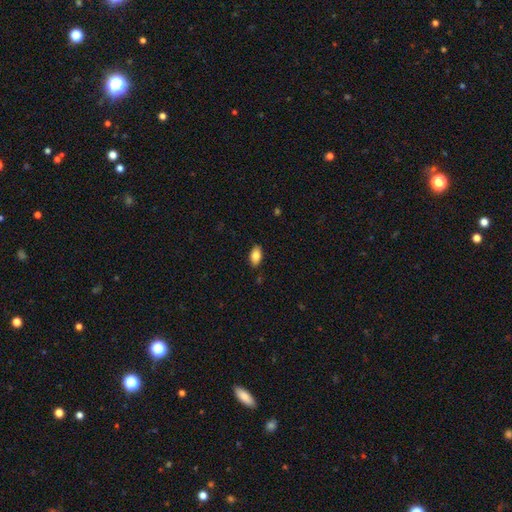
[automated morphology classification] Smooth or featured: smooth — 82% (featured or disk — 10%)
How rounded: in between — 92% (round — 5%)
Merging: none — 86% (minor disturbance — 10%)